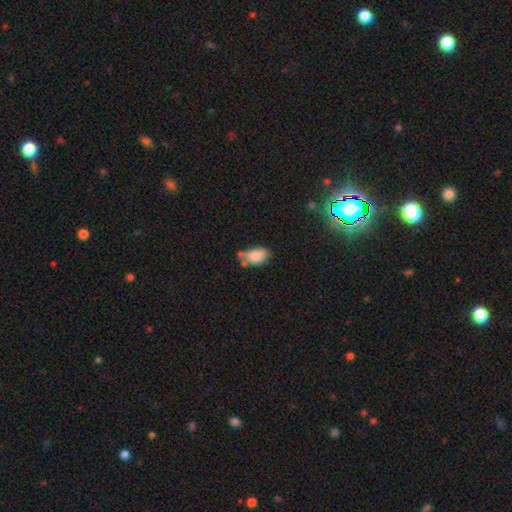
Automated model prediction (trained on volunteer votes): The model was most divided on "merging": none: 43%, minor disturbance: 28%, merger: 20%, major disturbance: 9%. More confident: how rounded — in between (90%); smooth or featured — smooth (83%).